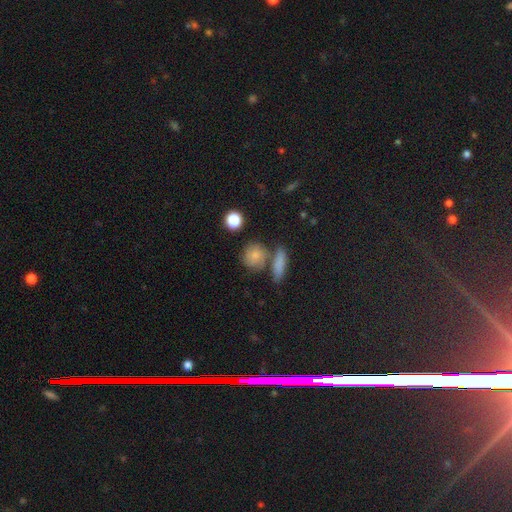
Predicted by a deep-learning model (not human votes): smooth_or_featured: smooth (p=0.73) [alt: featured or disk p=0.18]
how_rounded: round (p=0.69) [alt: in between p=0.25]
merging: none (p=0.56) [alt: merger p=0.23]